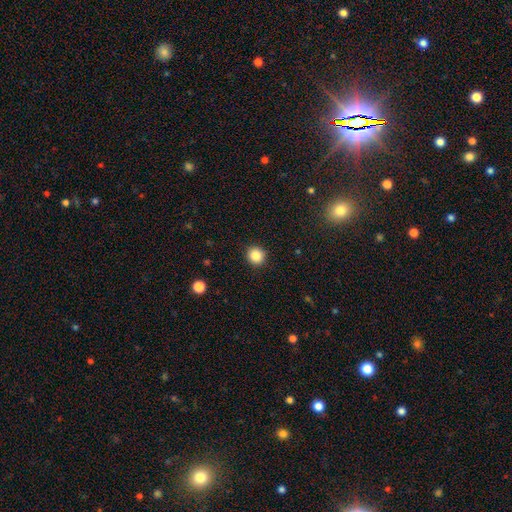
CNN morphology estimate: Smooth or featured? smooth (86%)
How rounded? round (92%)
Merging? none (92%)